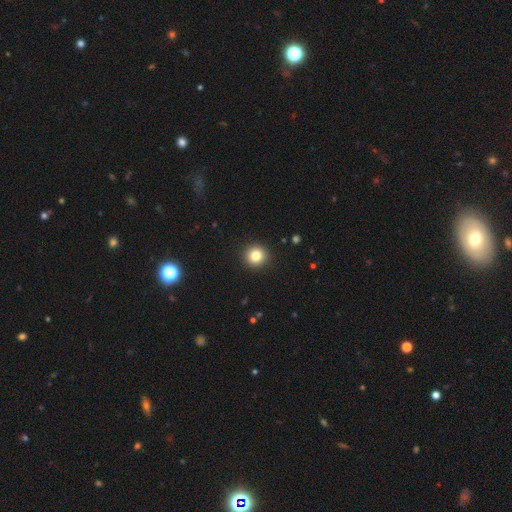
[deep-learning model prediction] This is clearly a smooth galaxy (82%). How rounded: clearly round (94%). Merging: clearly none (93%).